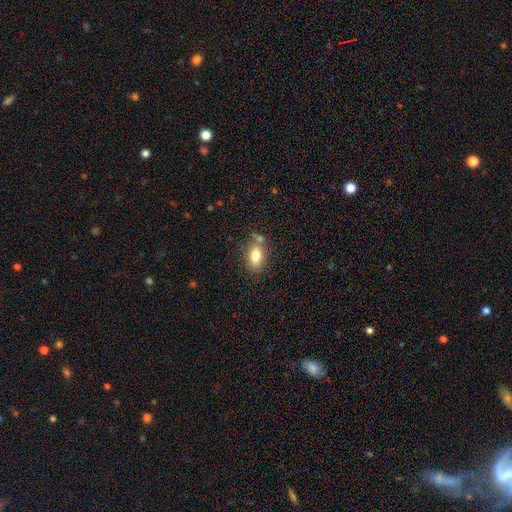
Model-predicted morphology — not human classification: Q: Smooth or featured?
A: smooth (79%); runner-up: featured or disk (12%)
Q: How rounded?
A: in between (82%); runner-up: round (16%)
Q: Merging?
A: none (66%); runner-up: minor disturbance (15%)